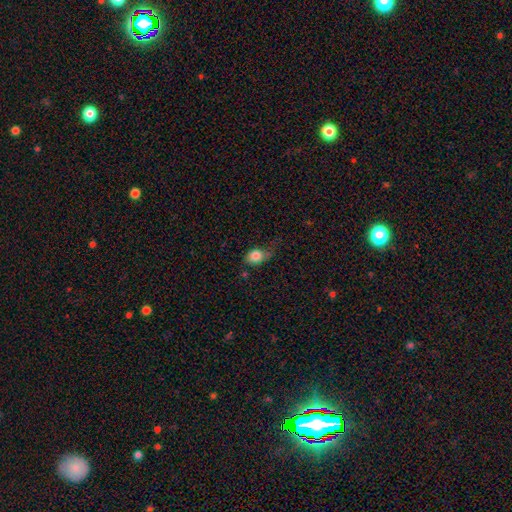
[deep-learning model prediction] Overall: smooth (82%). How rounded: in between (60%; round 38%). Merging: none (42%; minor disturbance 36%).